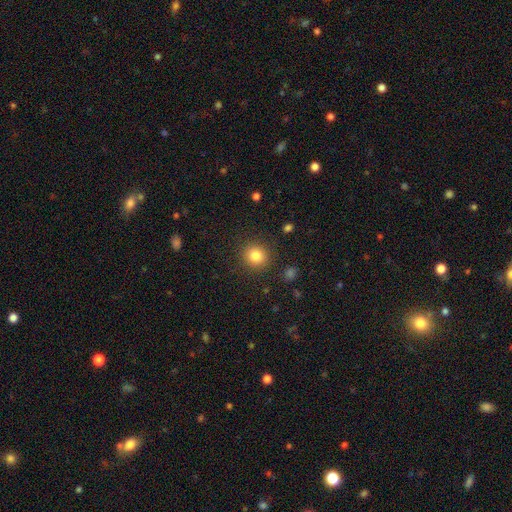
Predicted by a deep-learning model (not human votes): Smooth or featured? smooth (82%)
How rounded? round (88%)
Merging? none (89%)